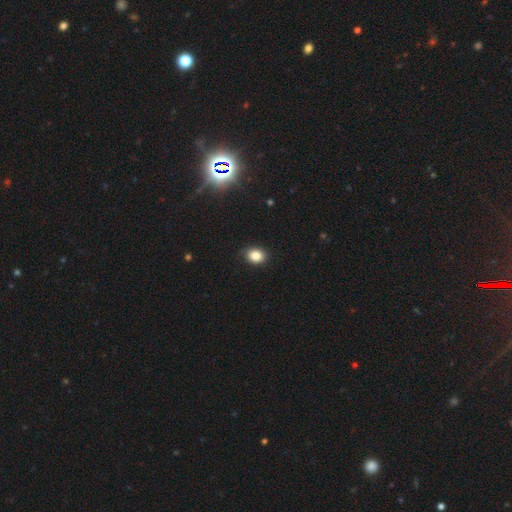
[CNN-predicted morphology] smooth 84%, star or artifact 10%, featured or disk 6%. Down the decision tree: how rounded — in between (54%); merging — none (81%).